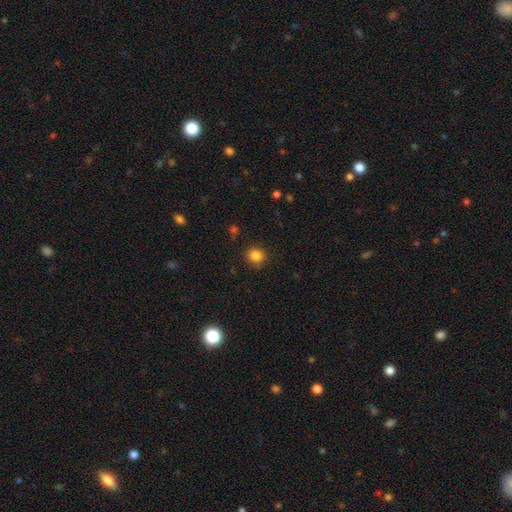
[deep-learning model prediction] smooth 84%, star or artifact 12%, featured or disk 5%. Down the decision tree: how rounded — round (87%); merging — none (88%).